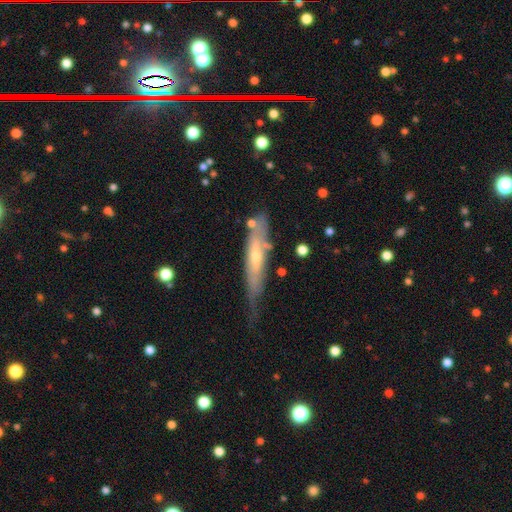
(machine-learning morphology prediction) This is likely a featured or disk galaxy (61%). It is likely viewed edge-on (68%). Merging: possibly none (49%).